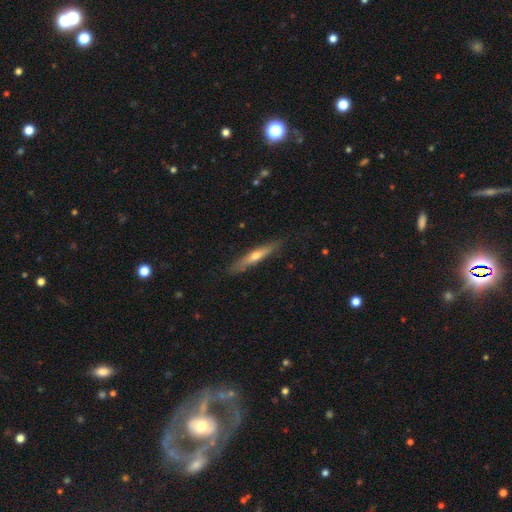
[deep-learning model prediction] Morphology: type=featured or disk (53%); edge-on=yes (90%); merging=none (86%).